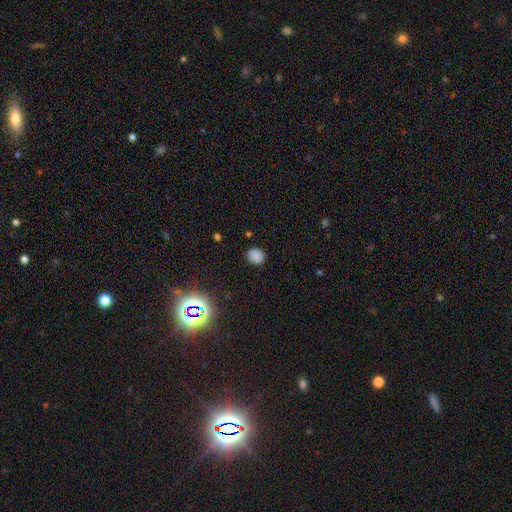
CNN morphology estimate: smooth_or_featured: smooth (p=0.79) [alt: star or artifact p=0.15]
how_rounded: round (p=0.80) [alt: in between p=0.19]
merging: none (p=0.84) [alt: minor disturbance p=0.12]